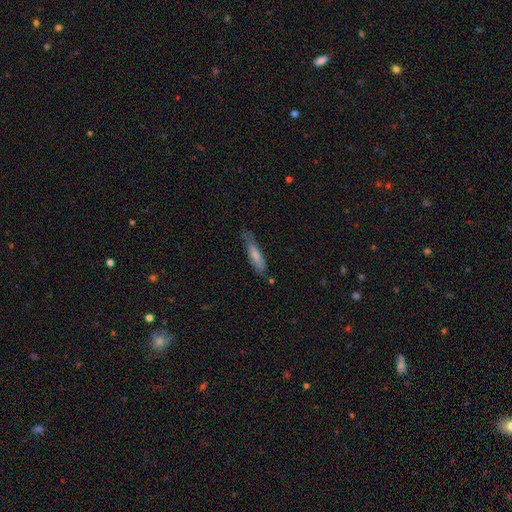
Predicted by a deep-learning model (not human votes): Overall: smooth (68%). How rounded: cigar-shaped (80%). Merging: none (64%; minor disturbance 27%).